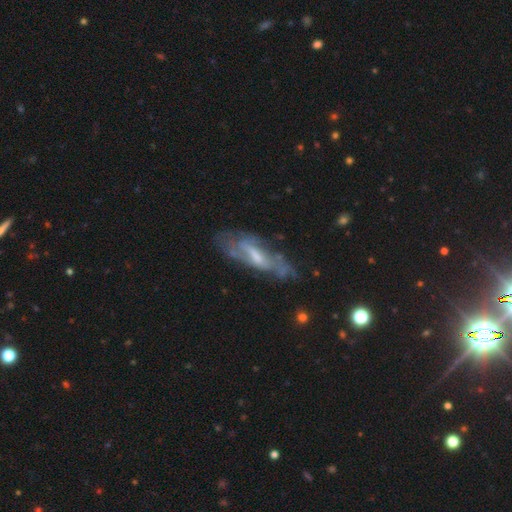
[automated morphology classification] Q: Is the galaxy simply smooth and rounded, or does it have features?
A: featured or disk — 71%.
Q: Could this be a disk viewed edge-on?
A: no — 71%.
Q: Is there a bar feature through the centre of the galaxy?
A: weak — 46%.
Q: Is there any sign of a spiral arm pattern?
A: yes — 68%.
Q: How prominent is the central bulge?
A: moderate — 44%.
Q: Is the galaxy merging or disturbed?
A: none — 62%.